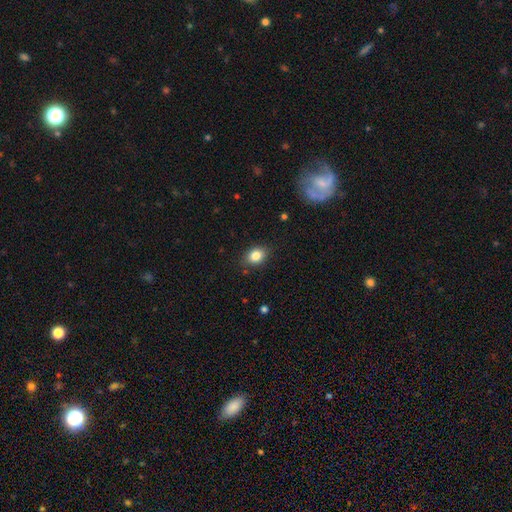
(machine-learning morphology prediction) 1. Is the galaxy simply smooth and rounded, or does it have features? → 83% smooth, 10% star or artifact, 7% featured or disk.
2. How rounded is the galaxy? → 66% in between, 33% round, 1% cigar-shaped.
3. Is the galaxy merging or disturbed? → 85% none, 11% minor disturbance, 2% major disturbance, 1% merger.